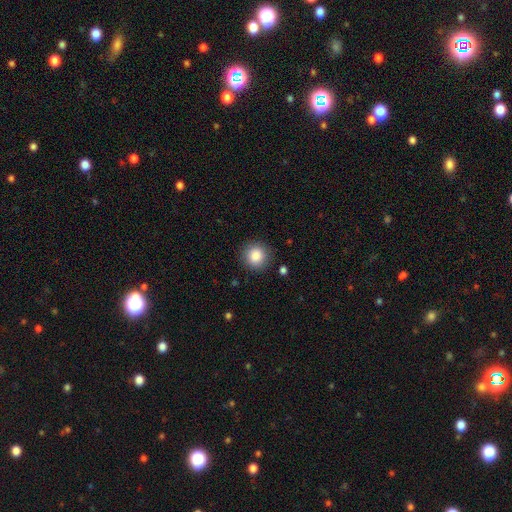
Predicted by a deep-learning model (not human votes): Morphology: type=smooth (86%); roundness=round (93%); merging=none (89%).